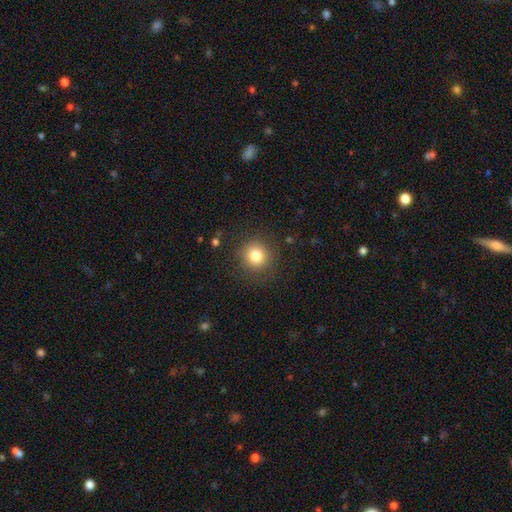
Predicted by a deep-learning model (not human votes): Smooth or featured: smooth — 80% (star or artifact — 12%)
How rounded: round — 93% (in between — 6%)
Merging: none — 86% (minor disturbance — 9%)